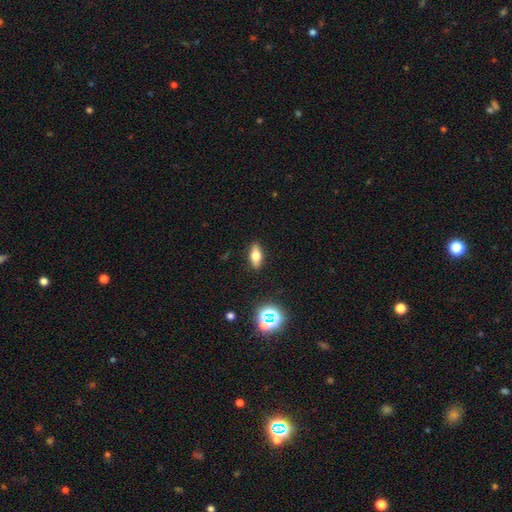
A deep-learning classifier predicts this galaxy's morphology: Smooth or featured? Predicted: smooth (p=0.60). How rounded? Predicted: in between (p=0.75). Merging? Predicted: none (p=0.89).